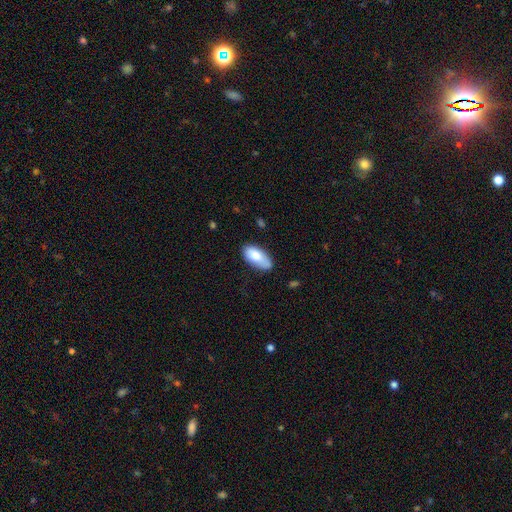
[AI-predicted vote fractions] Q: Smooth or featured?
A: smooth (80%); runner-up: featured or disk (13%)
Q: How rounded?
A: in between (92%); runner-up: cigar-shaped (6%)
Q: Merging?
A: none (62%); runner-up: minor disturbance (27%)